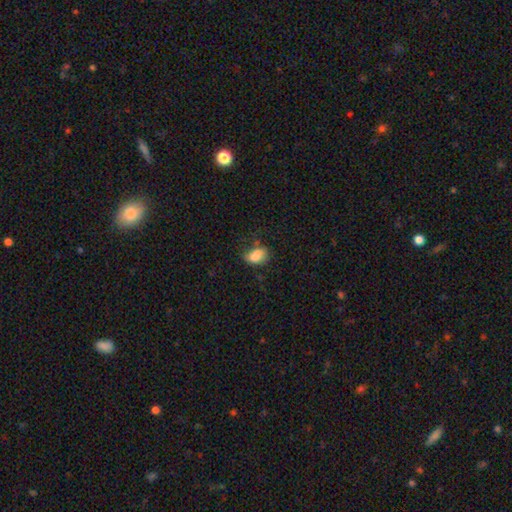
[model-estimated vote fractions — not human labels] The model was most divided on "merging": none: 46%, minor disturbance: 31%, major disturbance: 13%, merger: 10%. More confident: how rounded — in between (80%); smooth or featured — smooth (80%).